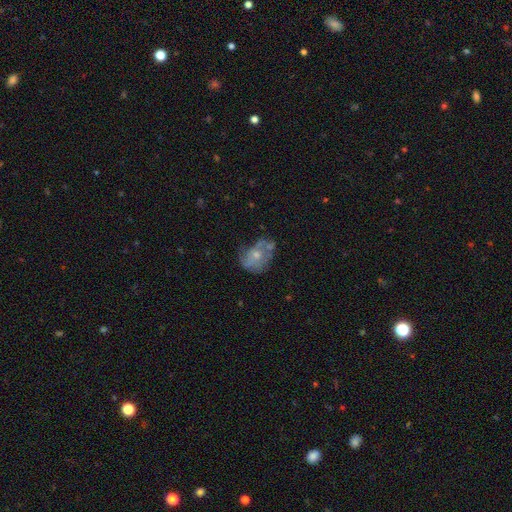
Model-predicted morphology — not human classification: Smooth or featured? featured or disk (55%)
Edge-on disk? no (97%)
Bar? no (83%)
Spiral arms? no (52%)
Bulge size? small (52%)
Merging? none (42%)